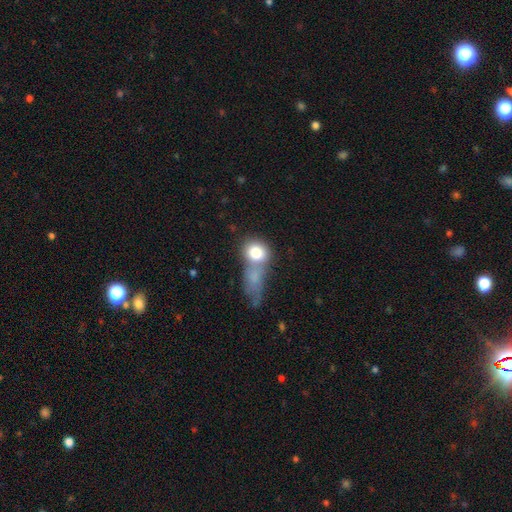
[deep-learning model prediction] A smooth galaxy with no disk features (76%) that is round (62%).

Vote fractions:
- Smooth or featured? smooth: 76% / featured or disk: 14% / star or artifact: 10%
- How rounded? round: 62% / in between: 35% / cigar-shaped: 3%
- Merging? merger: 51% / none: 28% / major disturbance: 10% / minor disturbance: 10%